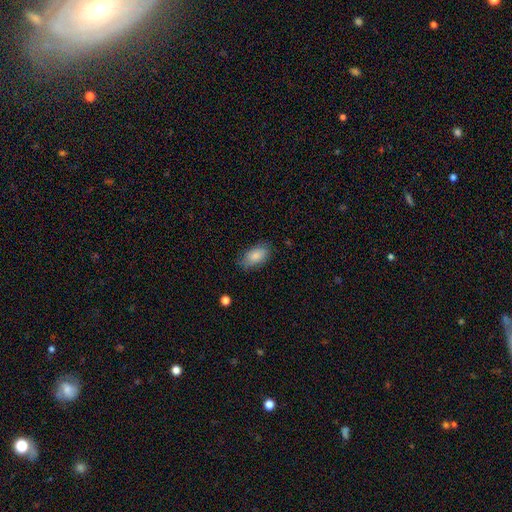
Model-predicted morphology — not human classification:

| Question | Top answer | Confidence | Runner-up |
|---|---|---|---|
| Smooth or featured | smooth | 84% | featured or disk (9%) |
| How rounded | in between | 92% | round (5%) |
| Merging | none | 76% | minor disturbance (19%) |